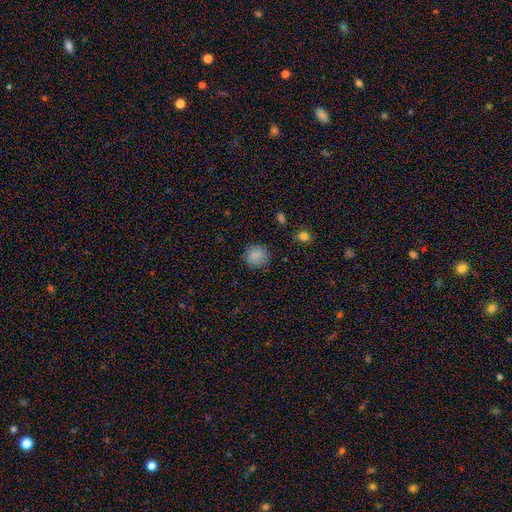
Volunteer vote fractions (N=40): smooth_or_featured: smooth (p=0.93) [alt: star or artifact p=0.07]
how_rounded: round (p=0.86) [alt: in between p=0.14]
merging: none (p=0.92) [alt: minor disturbance p=0.08]